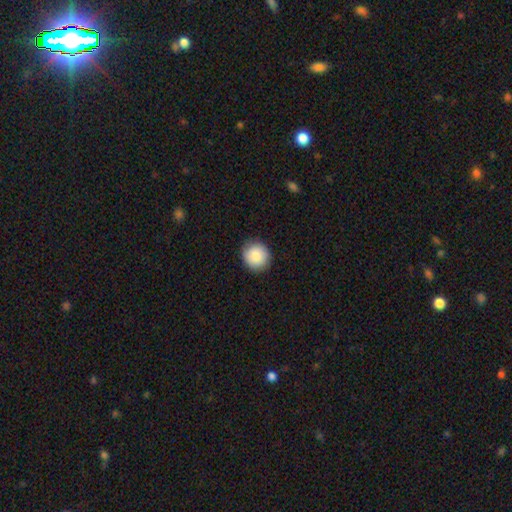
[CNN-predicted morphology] A smooth galaxy with no disk features (86%) that is round (91%). Merging: none (90%).